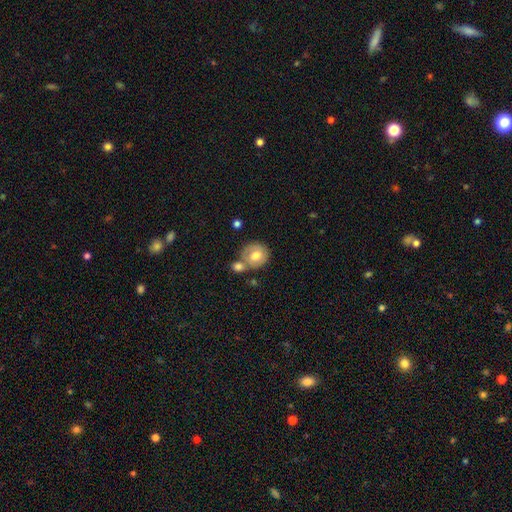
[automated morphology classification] Smooth or featured? smooth (67%)
How rounded? round (80%)
Merging? none (47%)